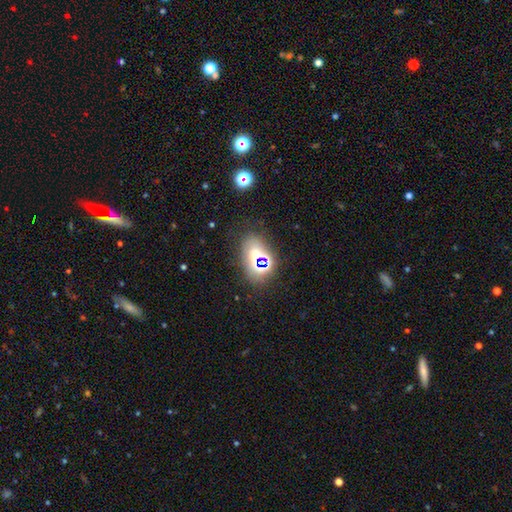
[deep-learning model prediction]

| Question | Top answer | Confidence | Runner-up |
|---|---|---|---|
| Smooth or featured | smooth | 53% | star or artifact (31%) |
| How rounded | in between | 72% | round (25%) |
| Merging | none | 72% | minor disturbance (16%) |